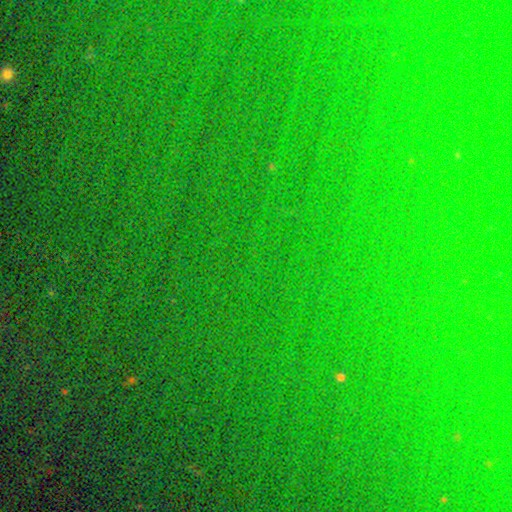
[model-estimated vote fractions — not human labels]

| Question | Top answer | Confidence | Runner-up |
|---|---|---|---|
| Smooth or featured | star or artifact | 80% | smooth (12%) |